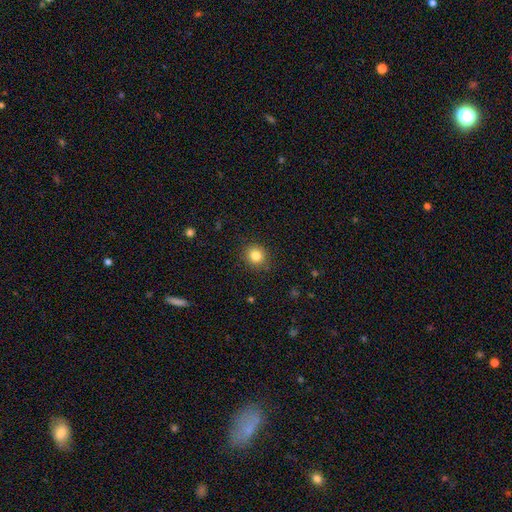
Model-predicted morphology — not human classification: smooth 83%, star or artifact 11%, featured or disk 6%. Down the decision tree: how rounded — round (85%); merging — none (88%).